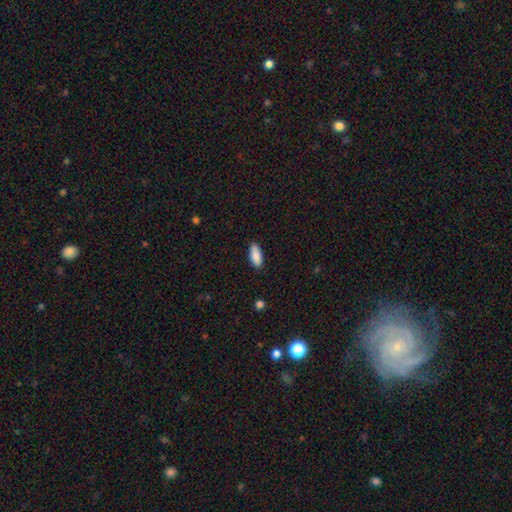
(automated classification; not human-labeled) Q: Smooth or featured?
A: smooth (89%); runner-up: star or artifact (6%)
Q: How rounded?
A: in between (81%); runner-up: cigar-shaped (17%)
Q: Merging?
A: none (86%); runner-up: minor disturbance (10%)